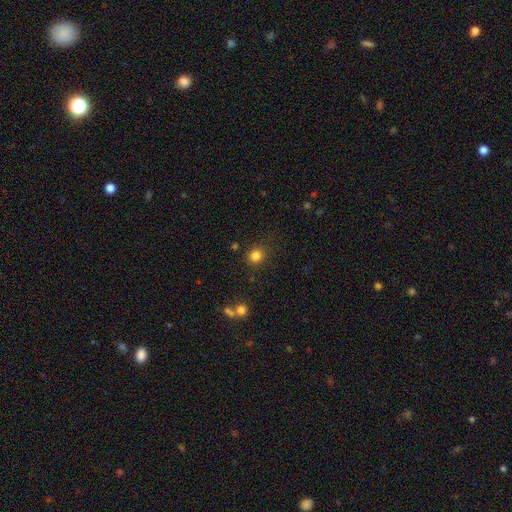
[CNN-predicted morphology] smooth-or-featured: smooth: 82% | star or artifact: 13% | featured or disk: 4%
  how-rounded: round: 87% | in between: 12% | cigar-shaped: 1%
  merging: none: 86% | minor disturbance: 8% | major disturbance: 3% | merger: 3%